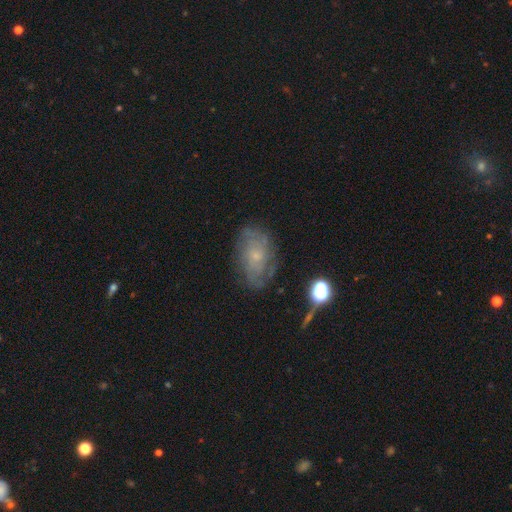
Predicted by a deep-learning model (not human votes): featured or disk 61%, smooth 27%, star or artifact 11%. Down the decision tree: edge-on disk — no (95%); bar — no (78%); spiral arms — yes (78%); bulge size — small (71%); merging — none (70%).